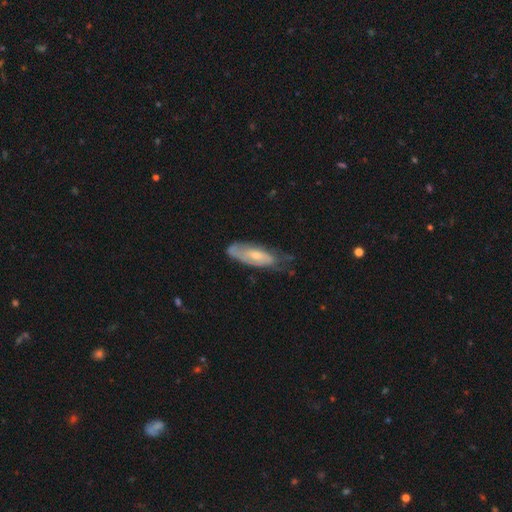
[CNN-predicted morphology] Smooth or featured? featured or disk (56%)
Edge-on disk? no (81%)
Merging? none (50%)